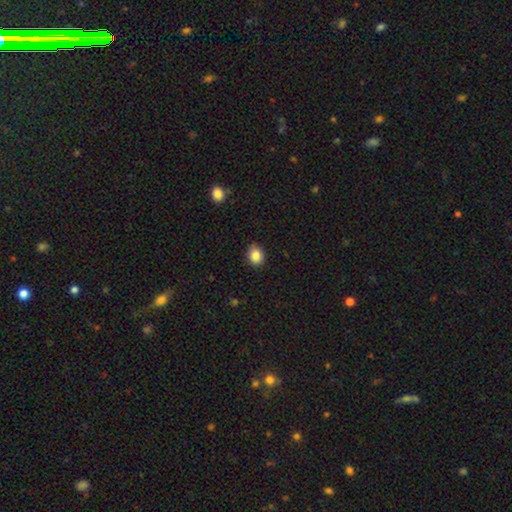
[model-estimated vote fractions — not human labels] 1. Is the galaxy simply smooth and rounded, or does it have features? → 86% smooth, 9% star or artifact, 5% featured or disk.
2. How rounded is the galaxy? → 53% round, 46% in between, 1% cigar-shaped.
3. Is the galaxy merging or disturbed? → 86% none, 11% minor disturbance, 2% major disturbance, 1% merger.